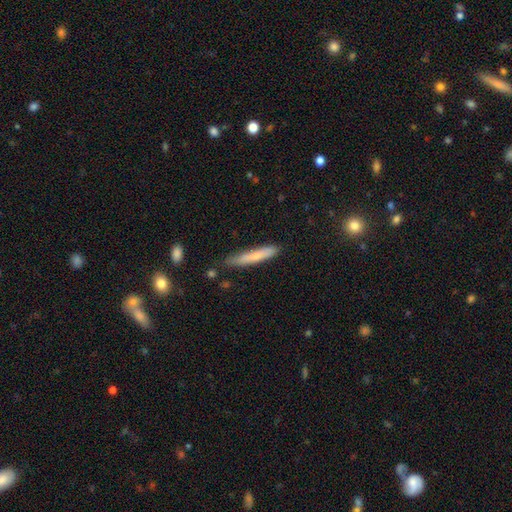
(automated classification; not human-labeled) smooth_or_featured: smooth (p=0.71) [alt: featured or disk p=0.23]
how_rounded: cigar-shaped (p=0.93) [alt: in between p=0.06]
merging: none (p=0.76) [alt: minor disturbance p=0.19]